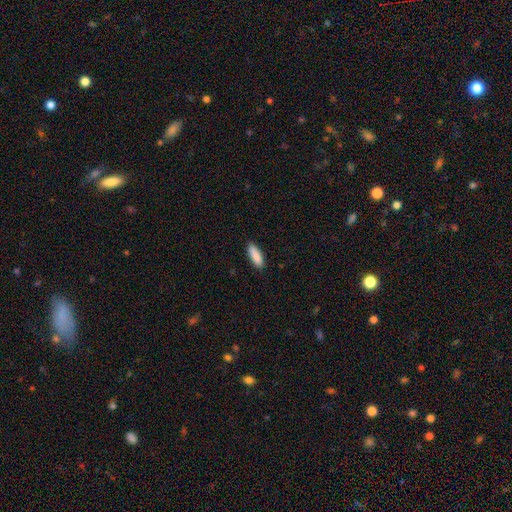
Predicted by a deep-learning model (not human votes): smooth_or_featured: smooth (p=0.89) [alt: star or artifact p=0.06]
how_rounded: in between (p=0.56) [alt: cigar-shaped p=0.42]
merging: none (p=0.86) [alt: minor disturbance p=0.11]